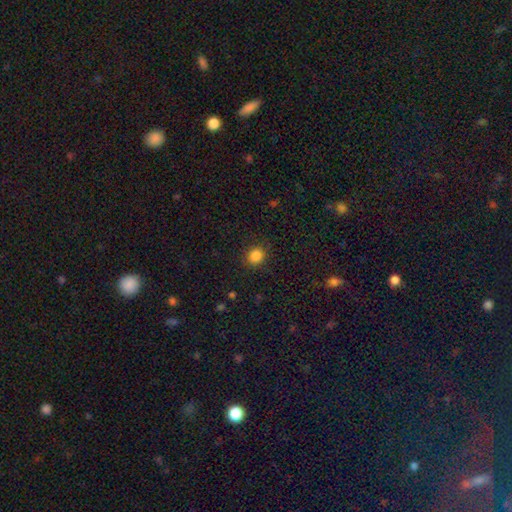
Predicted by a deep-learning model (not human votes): Q: Smooth or featured?
A: smooth (85%); runner-up: star or artifact (11%)
Q: How rounded?
A: round (81%); runner-up: in between (18%)
Q: Merging?
A: none (88%); runner-up: minor disturbance (8%)